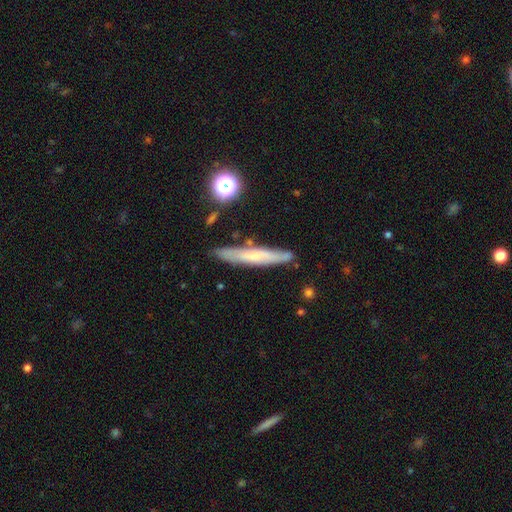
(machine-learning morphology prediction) Overall: smooth (46%; featured or disk 45%). Merging: none (81%).